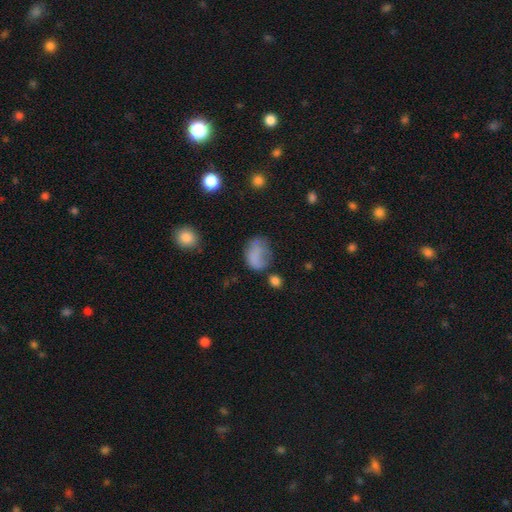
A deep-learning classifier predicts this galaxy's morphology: The model was most divided on "merging": none: 36%, major disturbance: 30%, minor disturbance: 28%, merger: 6%. More confident: smooth or featured — smooth (73%); how rounded — in between (67%).